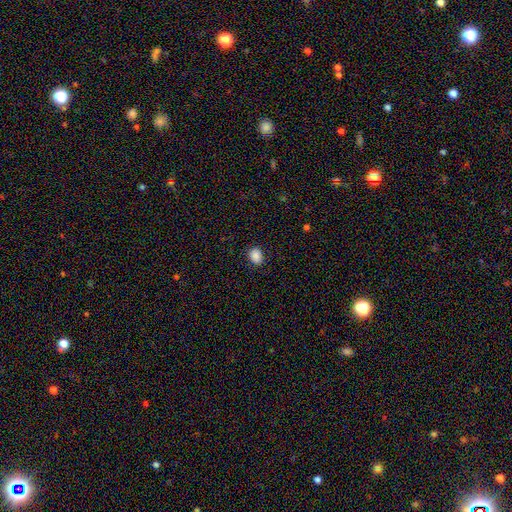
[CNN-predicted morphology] smooth_or_featured: smooth (p=0.88) [alt: star or artifact p=0.09]
how_rounded: in between (p=0.64) [alt: round p=0.35]
merging: none (p=0.87) [alt: minor disturbance p=0.10]